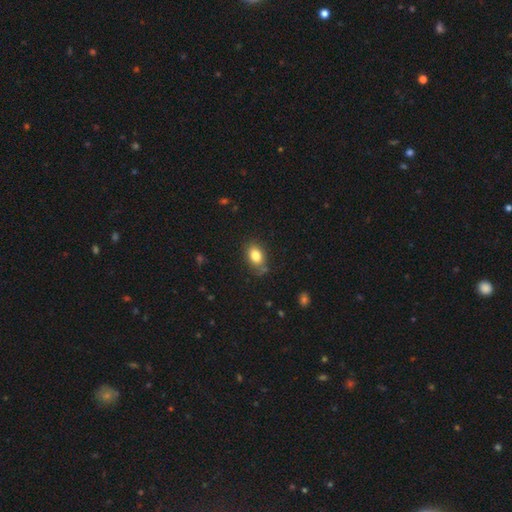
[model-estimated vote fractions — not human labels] Smooth or featured: smooth — 83% (star or artifact — 9%)
How rounded: in between — 81% (round — 18%)
Merging: none — 76% (minor disturbance — 17%)